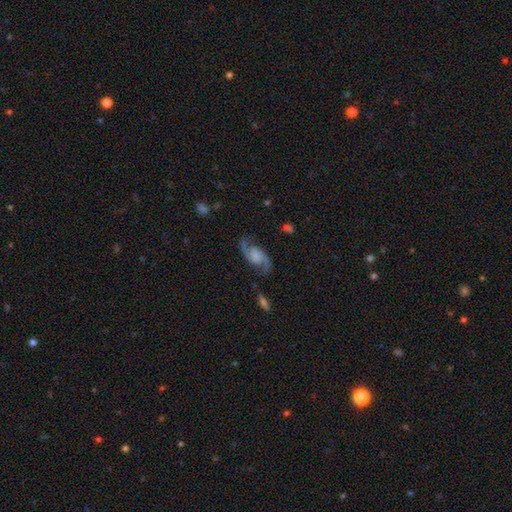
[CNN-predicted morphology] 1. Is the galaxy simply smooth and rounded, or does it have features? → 89% featured or disk, 6% smooth, 5% star or artifact.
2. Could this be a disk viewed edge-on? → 97% no, 3% yes.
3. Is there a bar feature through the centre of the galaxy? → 53% no, 35% weak, 11% strong.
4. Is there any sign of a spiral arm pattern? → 98% yes, 2% no.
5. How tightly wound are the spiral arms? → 46% medium, 43% loose, 10% tight.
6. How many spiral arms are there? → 94% 2, 2% can't tell, 1% 1, 1% 3, 1% 4, 1% more than 4.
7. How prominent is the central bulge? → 47% none, 23% small, 17% moderate, 11% large, 2% dominant.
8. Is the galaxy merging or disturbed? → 79% none, 13% minor disturbance, 6% major disturbance, 2% merger.